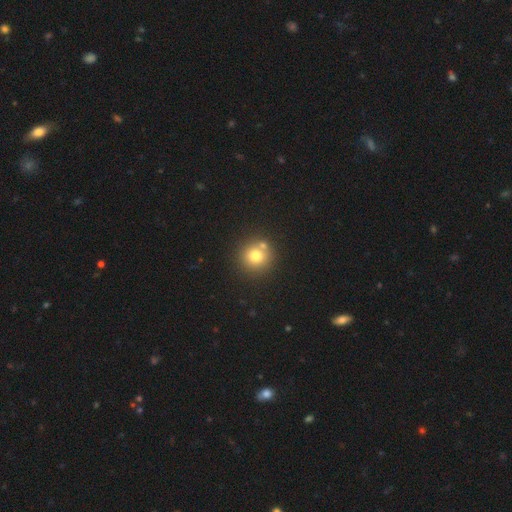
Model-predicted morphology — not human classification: This is likely a smooth galaxy (74%). How rounded: clearly round (93%). Merging: likely none (72%).